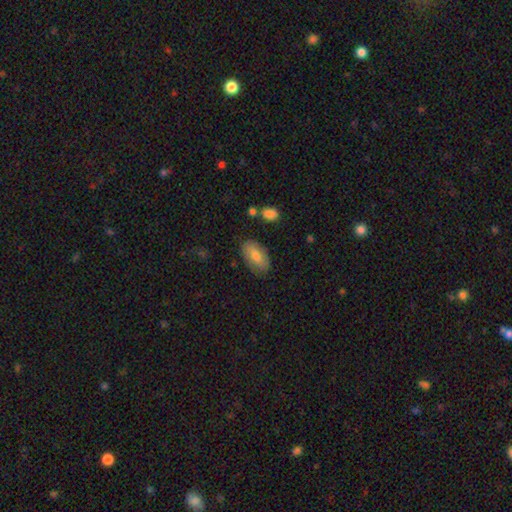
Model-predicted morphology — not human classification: smooth_or_featured: smooth (p=0.68) [alt: featured or disk p=0.25]
how_rounded: in between (p=0.91) [alt: cigar-shaped p=0.05]
merging: none (p=0.83) [alt: minor disturbance p=0.12]